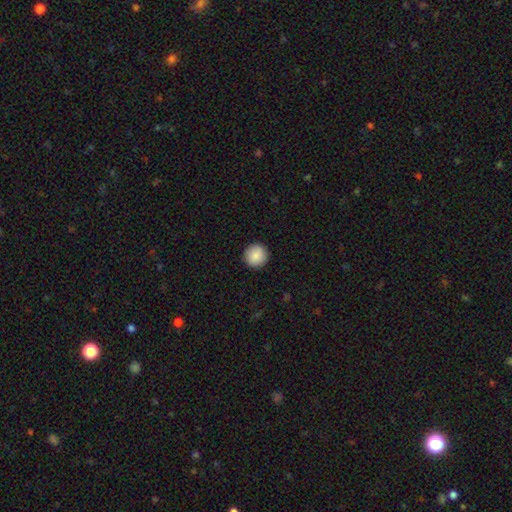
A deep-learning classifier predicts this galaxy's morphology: Smooth or featured: smooth — 88% (star or artifact — 8%)
How rounded: round — 95% (in between — 4%)
Merging: none — 93% (minor disturbance — 5%)